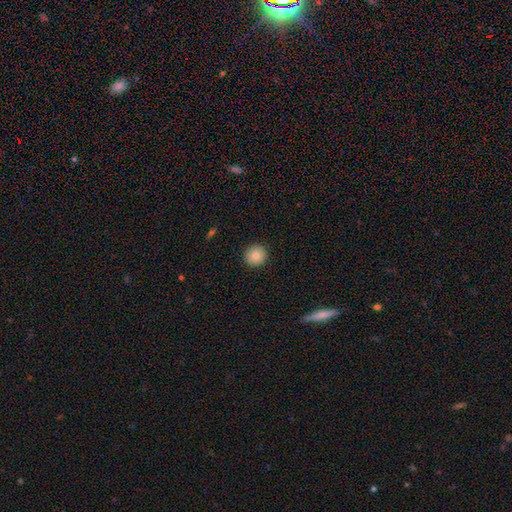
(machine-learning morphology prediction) smooth 84%, star or artifact 9%, featured or disk 7%. Down the decision tree: how rounded — round (92%); merging — none (91%).